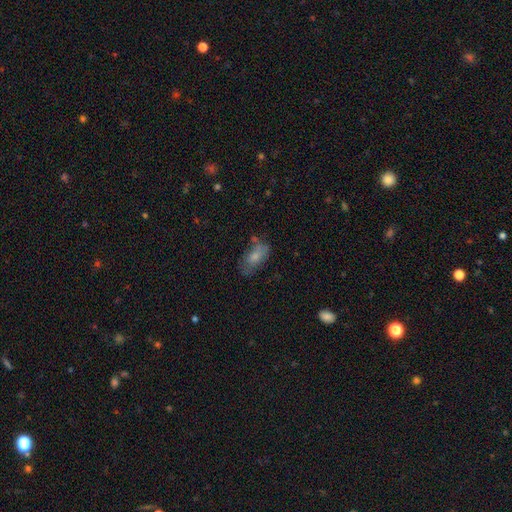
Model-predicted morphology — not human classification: This appears to be a smooth galaxy with no disk features (69%) that is in between round and cigar-shaped (88%). Merging: none (49%).